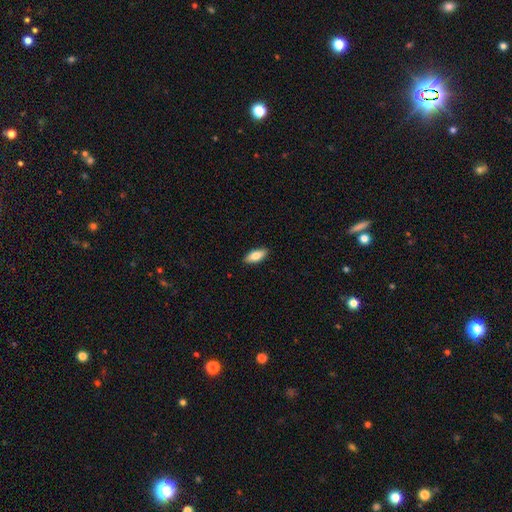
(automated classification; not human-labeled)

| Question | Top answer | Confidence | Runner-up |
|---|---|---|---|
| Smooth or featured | smooth | 77% | featured or disk (17%) |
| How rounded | in between | 81% | cigar-shaped (16%) |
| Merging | none | 90% | minor disturbance (8%) |